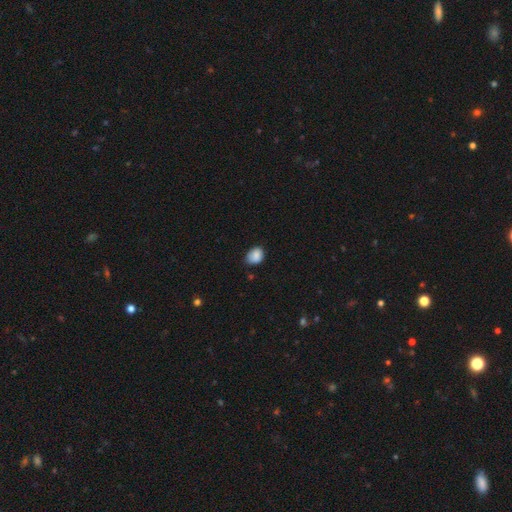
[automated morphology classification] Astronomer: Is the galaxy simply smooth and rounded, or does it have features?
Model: smooth — 86%.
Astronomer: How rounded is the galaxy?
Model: in between — 58% (runner-up: round, 41%).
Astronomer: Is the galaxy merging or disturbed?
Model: none — 68%.